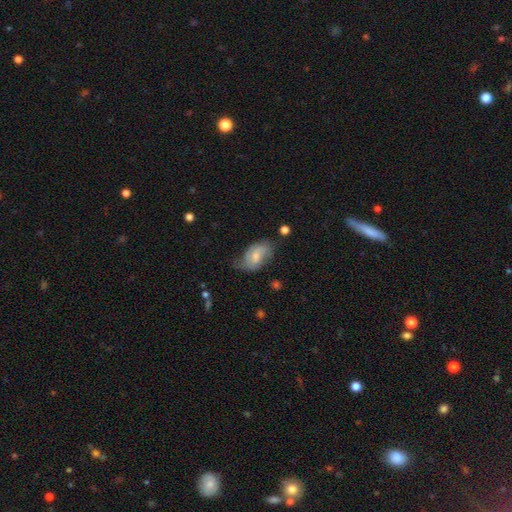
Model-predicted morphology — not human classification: smooth_or_featured: smooth (p=0.49) [alt: featured or disk p=0.44]
merging: none (p=0.48) [alt: minor disturbance p=0.35]